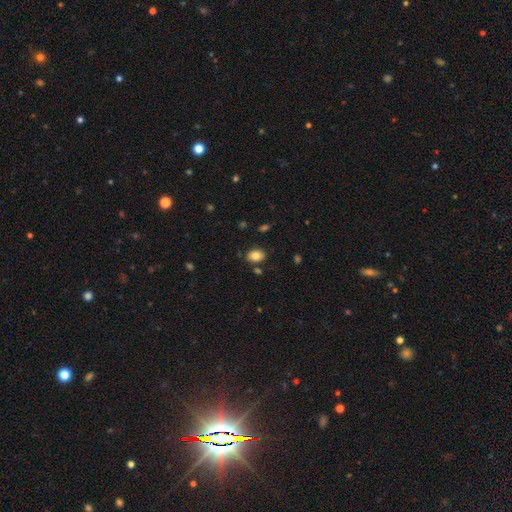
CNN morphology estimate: smooth 82%, featured or disk 9%, star or artifact 9%. Down the decision tree: how rounded — in between (78%); merging — none (82%).